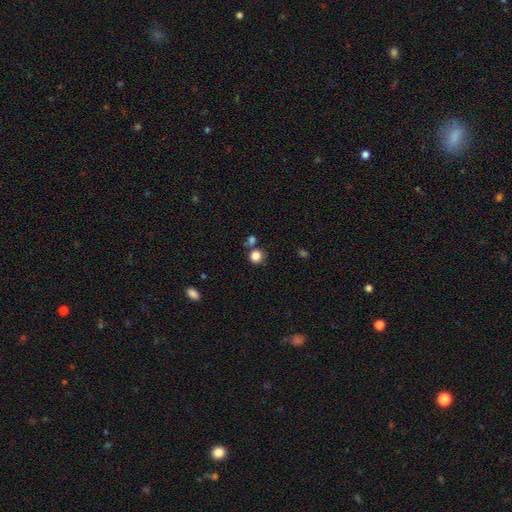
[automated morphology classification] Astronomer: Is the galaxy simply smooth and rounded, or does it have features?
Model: smooth — 84%.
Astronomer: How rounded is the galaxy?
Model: round — 89%.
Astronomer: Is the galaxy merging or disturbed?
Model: none — 71%.